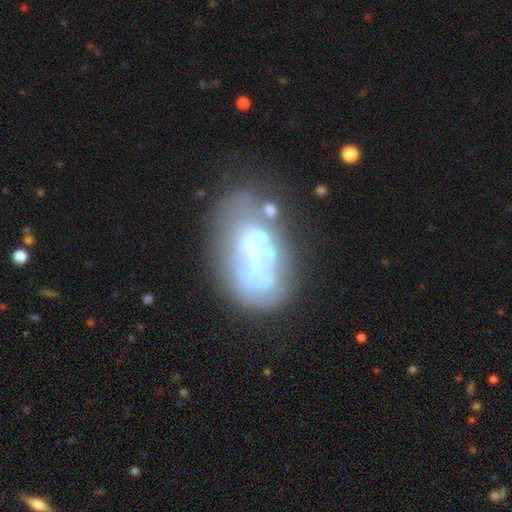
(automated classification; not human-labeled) Overall: featured or disk (63%; smooth 24%). Edge-on disk: no (96%). Bar: no (86%). Spiral arms: no (83%). Bulge size: none (62%). Merging: none (41%; major disturbance 25%).